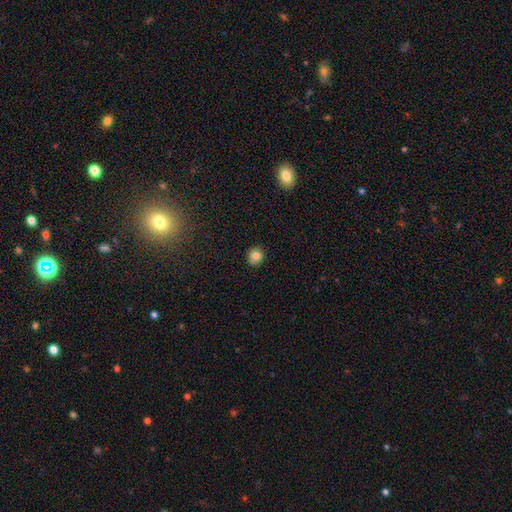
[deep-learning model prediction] A smooth galaxy with no disk features (81%) that is round (80%).

Vote fractions:
- Smooth or featured? smooth: 81% / star or artifact: 11% / featured or disk: 8%
- How rounded? round: 80% / in between: 19% / cigar-shaped: 1%
- Merging? none: 85% / minor disturbance: 12% / major disturbance: 2% / merger: 1%